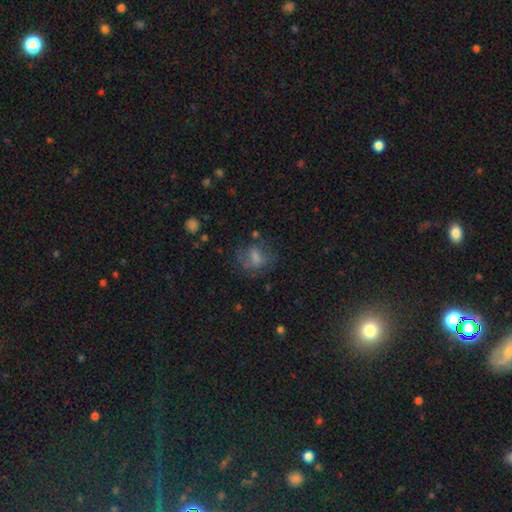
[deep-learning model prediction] A smooth galaxy with no disk features (48%).

Vote fractions:
- Smooth or featured? smooth: 48% / featured or disk: 31% / star or artifact: 22%
- Merging? none: 61% / minor disturbance: 21% / major disturbance: 16% / merger: 3%